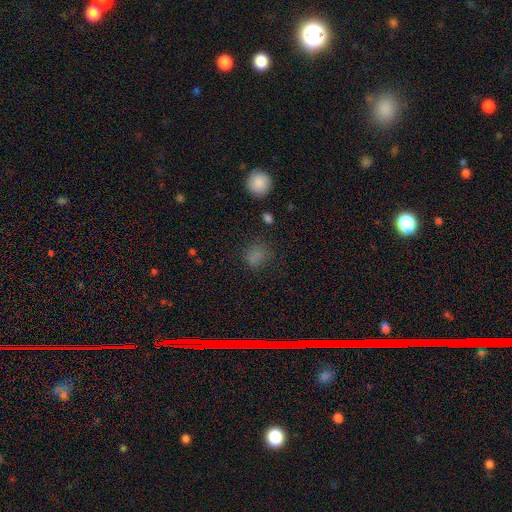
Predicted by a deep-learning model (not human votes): smooth 72%, star or artifact 21%, featured or disk 7%. Down the decision tree: how rounded — round (65%); merging — none (69%).